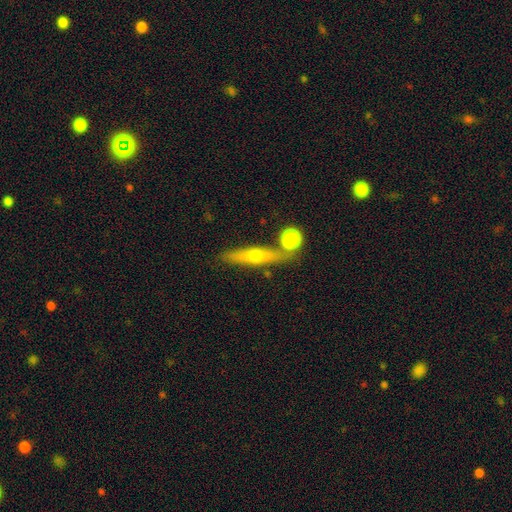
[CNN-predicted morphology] Smooth or featured? Predicted: featured or disk (p=0.53). Edge-on disk? Predicted: yes (p=0.90). Merging? Predicted: none (p=0.74).